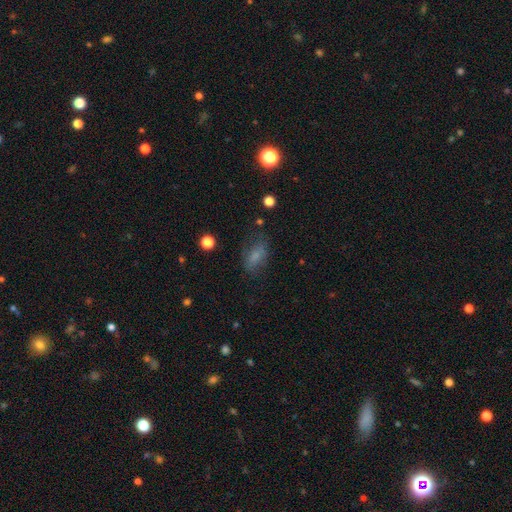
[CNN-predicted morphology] The model was most divided on "merging": none: 61%, minor disturbance: 23%, major disturbance: 14%, merger: 2%. More confident: how rounded — in between (86%); smooth or featured — smooth (69%).